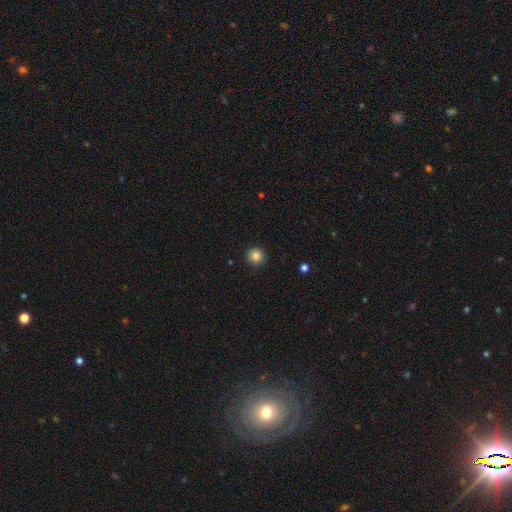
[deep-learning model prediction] smooth-or-featured: smooth: 84% | star or artifact: 10% | featured or disk: 5%
  how-rounded: round: 94% | in between: 5% | cigar-shaped: 1%
  merging: none: 92% | minor disturbance: 6% | major disturbance: 2% | merger: 1%